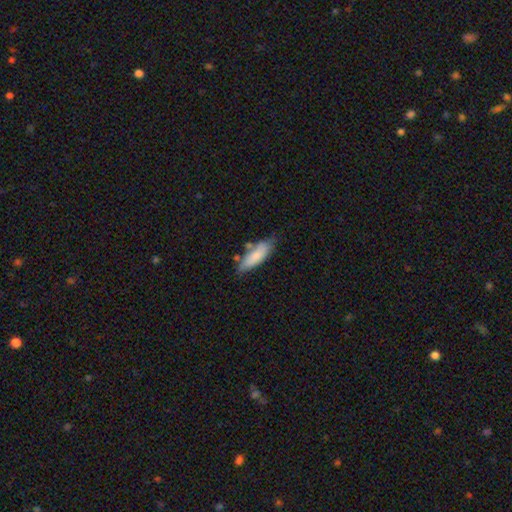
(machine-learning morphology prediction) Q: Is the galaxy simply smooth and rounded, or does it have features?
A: smooth — 79%.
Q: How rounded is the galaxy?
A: in between — 55%.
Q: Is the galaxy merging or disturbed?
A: none — 63%.